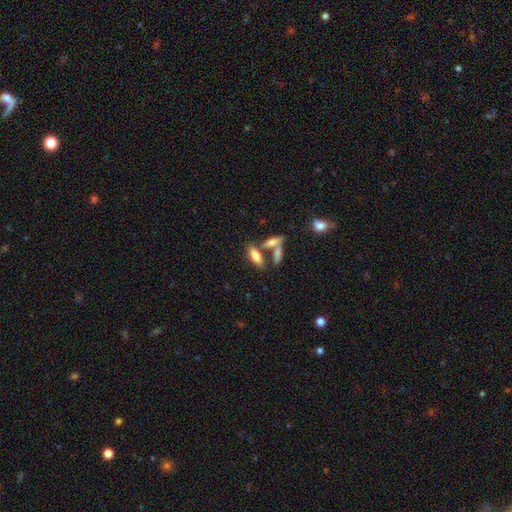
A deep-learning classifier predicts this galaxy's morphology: smooth 72%, featured or disk 21%, star or artifact 8%. Down the decision tree: how rounded — in between (68%); merging — none (50%).